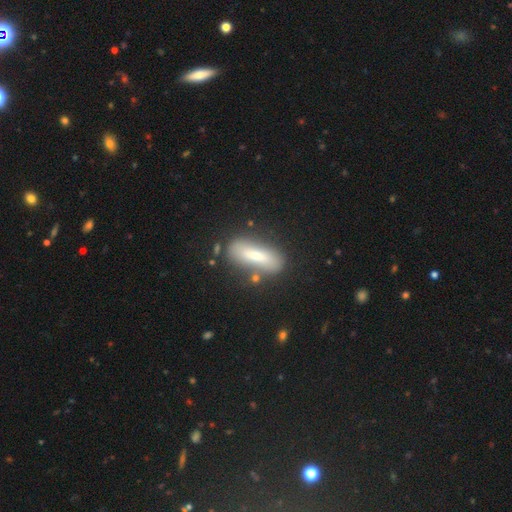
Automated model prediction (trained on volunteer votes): A smooth galaxy with no disk features (63%) that is in between round and cigar-shaped (51%). Merging: none (76%).